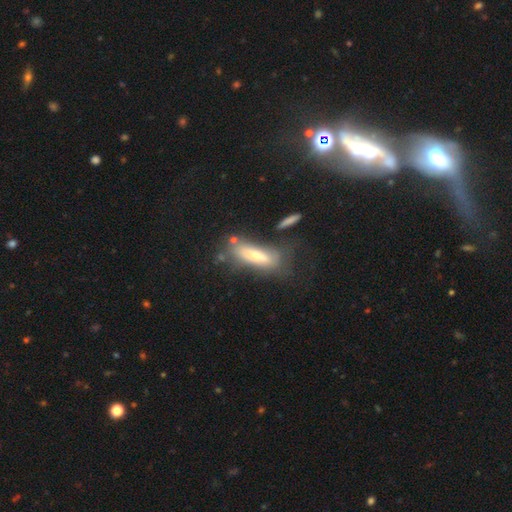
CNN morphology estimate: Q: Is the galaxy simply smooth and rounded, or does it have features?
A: smooth — 64%.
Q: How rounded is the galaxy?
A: cigar-shaped — 52%.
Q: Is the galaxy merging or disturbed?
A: none — 52%.